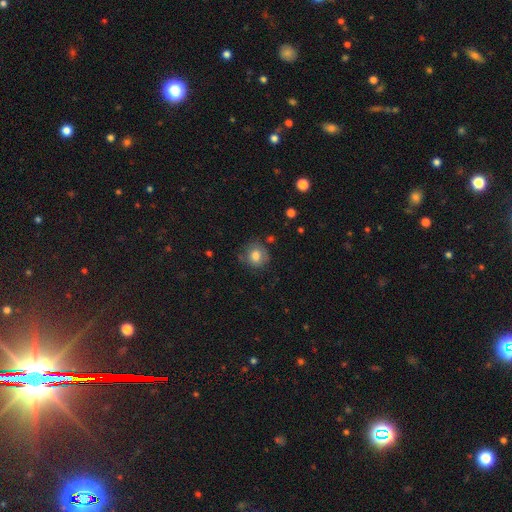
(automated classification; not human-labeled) A smooth galaxy with no disk features (76%) that is round (81%). Merging: none (72%).